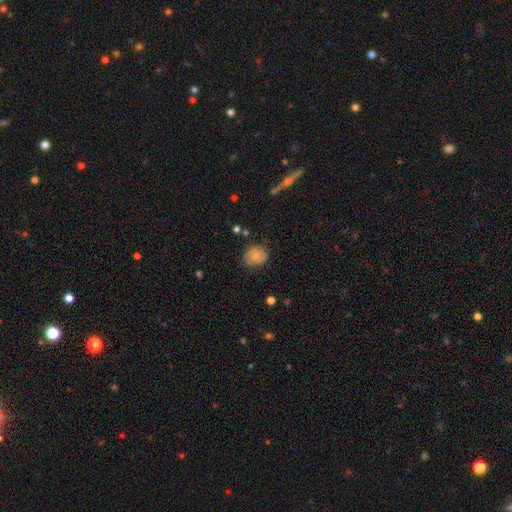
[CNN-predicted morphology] A smooth galaxy with no disk features (65%) that is round (63%). Merging: none (73%).